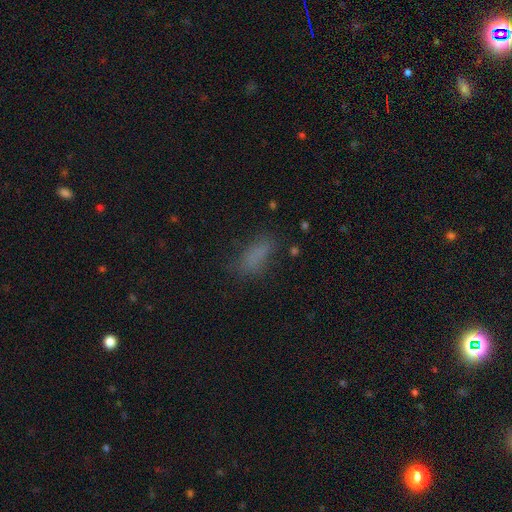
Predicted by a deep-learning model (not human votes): Overall: smooth (75%). How rounded: in between (72%). Merging: none (64%).